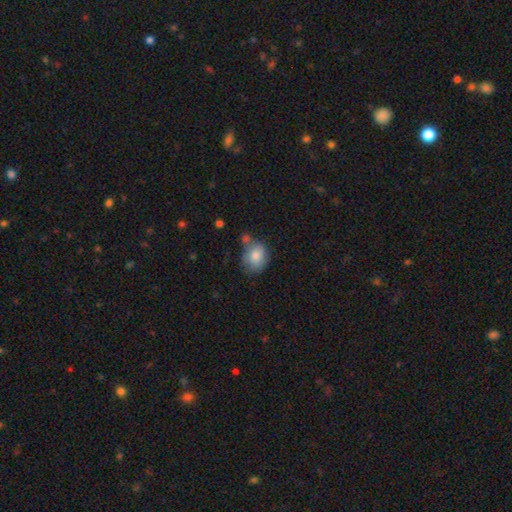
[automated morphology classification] smooth_or_featured: smooth (p=0.82) [alt: featured or disk p=0.10]
how_rounded: round (p=0.50) [alt: in between p=0.49]
merging: none (p=0.53) [alt: minor disturbance p=0.24]